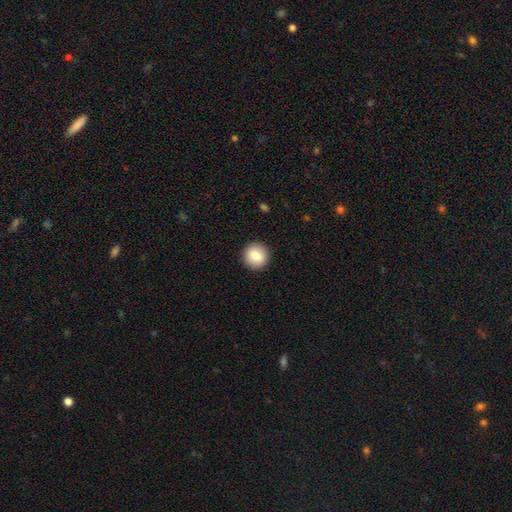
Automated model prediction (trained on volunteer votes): Smooth or featured? Predicted: smooth (p=0.84). How rounded? Predicted: round (p=0.92). Merging? Predicted: none (p=0.92).